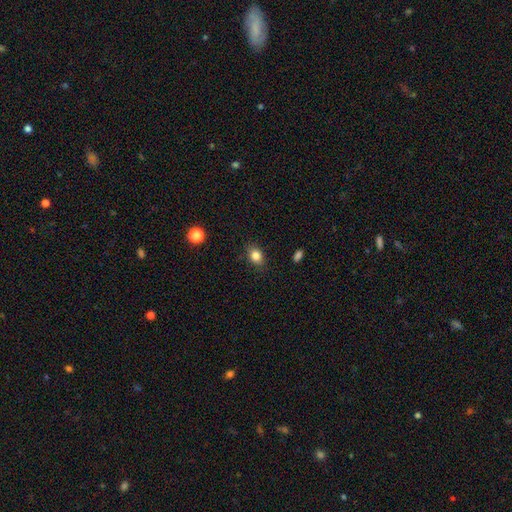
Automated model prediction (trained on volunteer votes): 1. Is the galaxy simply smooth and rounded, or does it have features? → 82% smooth, 11% star or artifact, 8% featured or disk.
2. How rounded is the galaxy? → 67% in between, 31% round, 2% cigar-shaped.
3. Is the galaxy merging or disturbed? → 85% none, 11% minor disturbance, 3% major disturbance, 1% merger.